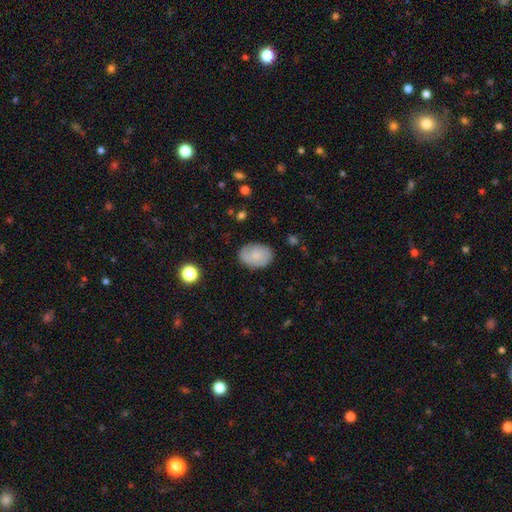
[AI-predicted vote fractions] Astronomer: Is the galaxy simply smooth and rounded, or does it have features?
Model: smooth — 63%.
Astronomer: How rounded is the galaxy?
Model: in between — 75%.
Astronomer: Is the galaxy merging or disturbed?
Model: none — 77%.